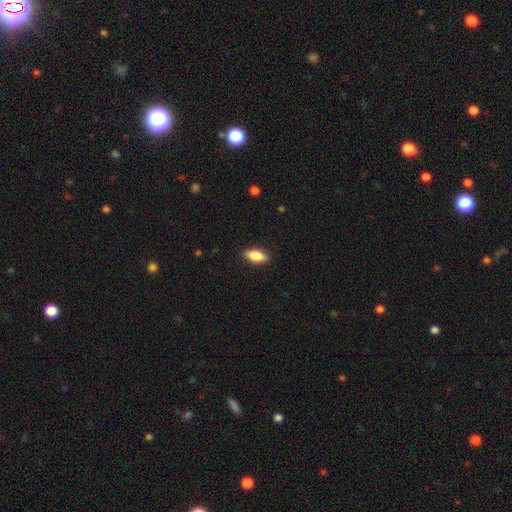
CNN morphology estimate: A smooth galaxy with no disk features (81%) that is in between round and cigar-shaped (86%).

Vote fractions:
- Smooth or featured? smooth: 81% / featured or disk: 12% / star or artifact: 7%
- How rounded? in between: 86% / cigar-shaped: 11% / round: 3%
- Merging? none: 88% / minor disturbance: 9% / major disturbance: 2% / merger: 1%